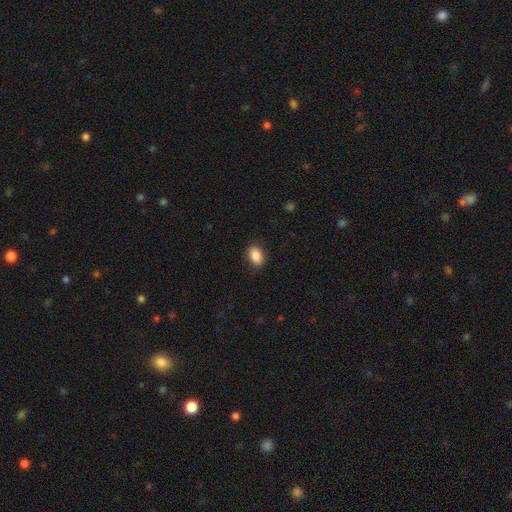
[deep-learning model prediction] Overall: smooth (87%). How rounded: in between (82%). Merging: none (86%).